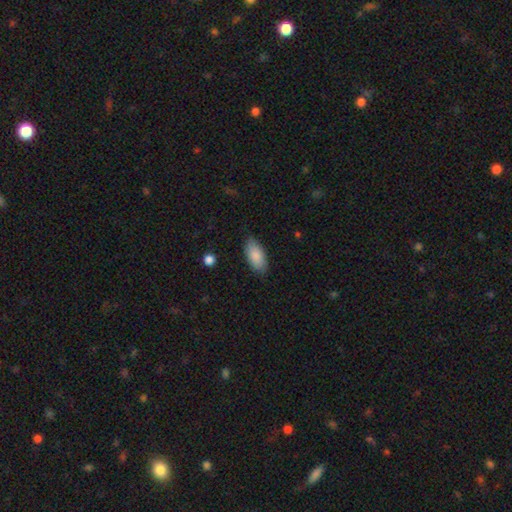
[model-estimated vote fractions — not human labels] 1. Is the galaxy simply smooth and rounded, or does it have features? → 88% smooth, 6% featured or disk, 6% star or artifact.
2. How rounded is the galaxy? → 91% in between, 7% cigar-shaped, 2% round.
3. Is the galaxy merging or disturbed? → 84% none, 13% minor disturbance, 3% major disturbance, 1% merger.